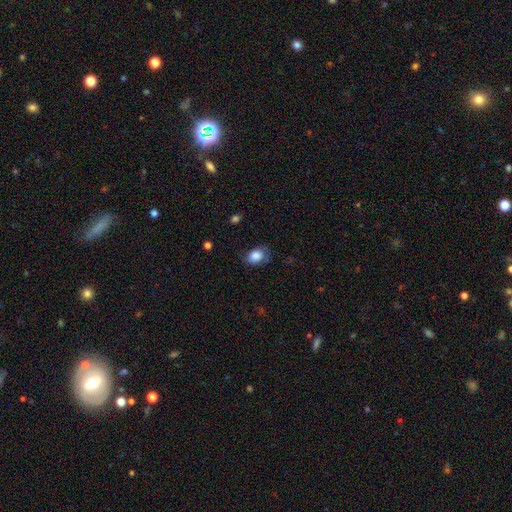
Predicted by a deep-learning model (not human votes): Smooth or featured? Predicted: smooth (p=0.83). How rounded? Predicted: in between (p=0.76). Merging? Predicted: none (p=0.68).